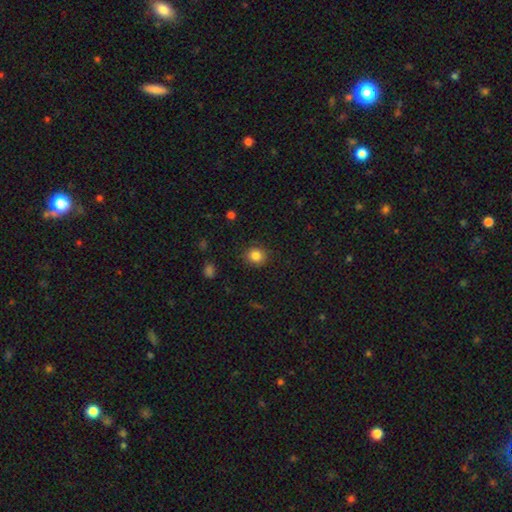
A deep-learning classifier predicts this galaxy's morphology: smooth 84%, star or artifact 11%, featured or disk 5%. Down the decision tree: how rounded — round (81%); merging — none (88%).